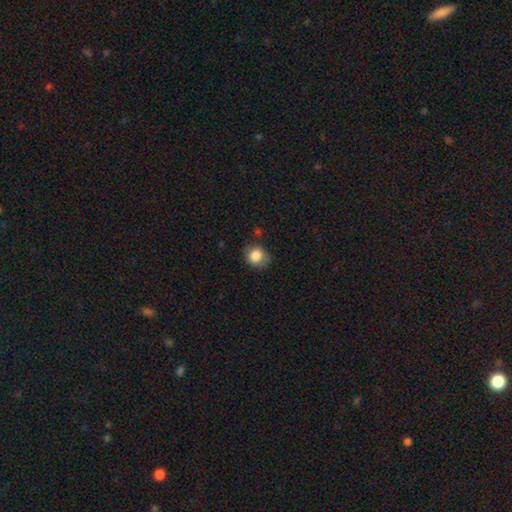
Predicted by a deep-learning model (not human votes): smooth-or-featured: smooth: 84% | star or artifact: 9% | featured or disk: 7%
  how-rounded: round: 72% | in between: 27% | cigar-shaped: 1%
  merging: none: 71% | minor disturbance: 21% | major disturbance: 6% | merger: 3%